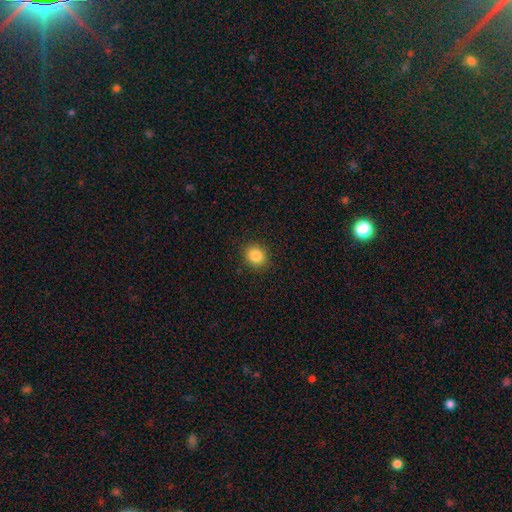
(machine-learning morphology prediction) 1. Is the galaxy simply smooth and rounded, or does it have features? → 86% smooth, 10% star or artifact, 4% featured or disk.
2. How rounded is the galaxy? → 74% round, 25% in between, 1% cigar-shaped.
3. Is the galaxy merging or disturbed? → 90% none, 7% minor disturbance, 2% major disturbance, 1% merger.